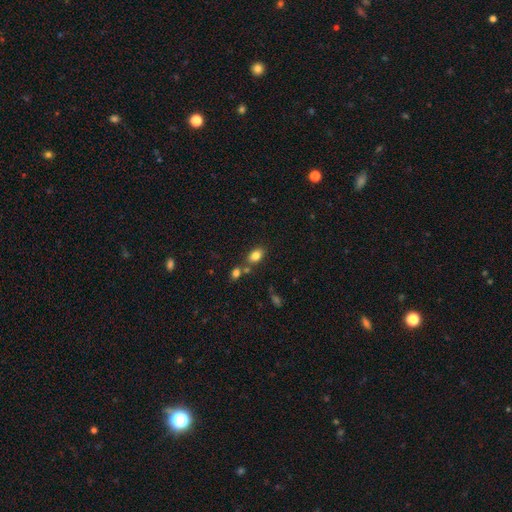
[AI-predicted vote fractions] Smooth or featured: smooth — 82% (star or artifact — 10%)
How rounded: in between — 83% (round — 15%)
Merging: none — 65% (merger — 20%)